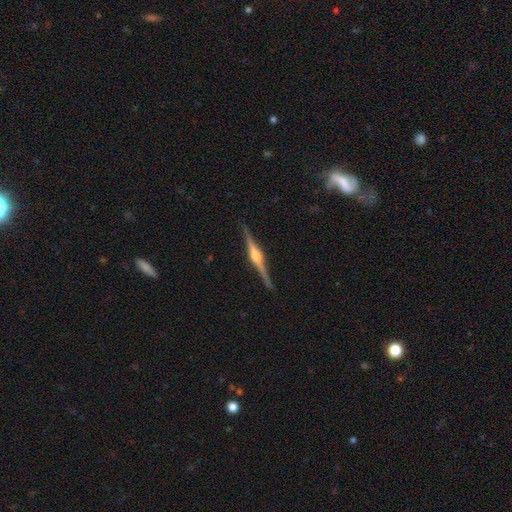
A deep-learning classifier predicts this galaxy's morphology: featured or disk 86%, smooth 9%, star or artifact 5%. Down the decision tree: edge-on disk — yes (99%); edge-on bulge — rounded (93%); merging — none (91%).